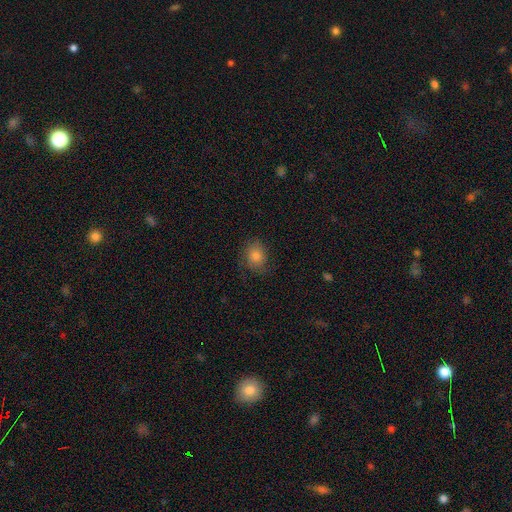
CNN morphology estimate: Smooth or featured? Predicted: smooth (p=0.75). How rounded? Predicted: round (p=0.60). Merging? Predicted: none (p=0.76).